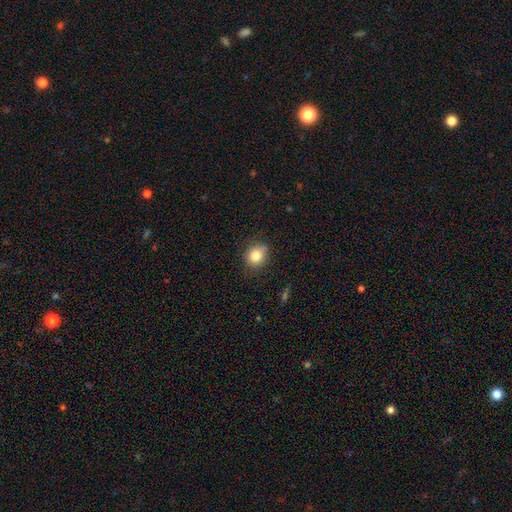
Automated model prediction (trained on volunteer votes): The model was most divided on "how rounded": round: 80%, in between: 19%, cigar-shaped: 1%. More confident: smooth or featured — smooth (81%); merging — none (78%).